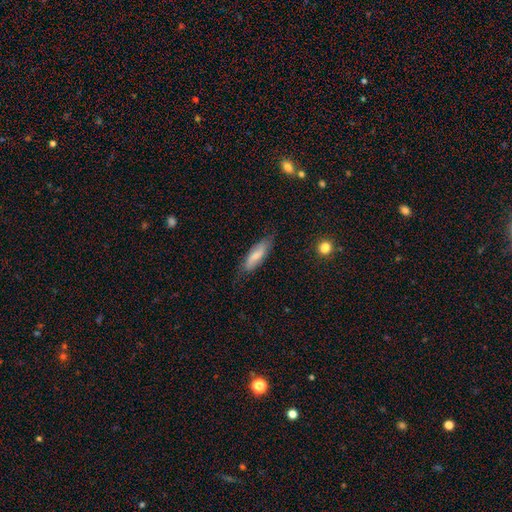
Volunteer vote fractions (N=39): A smooth galaxy with no disk features (72%) that is in between round and cigar-shaped (61%). Merging: none (78%).